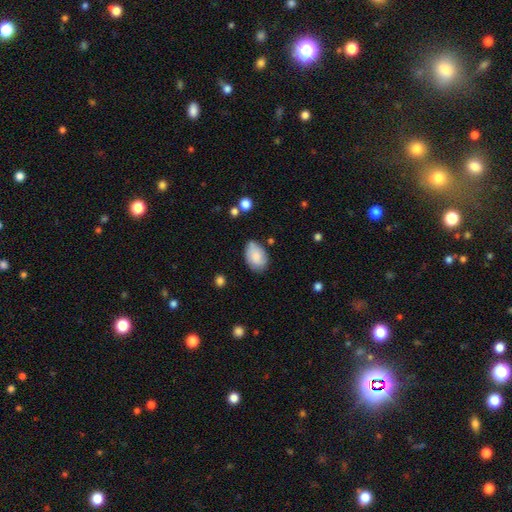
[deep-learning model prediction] smooth-or-featured: smooth: 77% | featured or disk: 17% | star or artifact: 7%
  how-rounded: in between: 86% | round: 13% | cigar-shaped: 1%
  merging: none: 68% | minor disturbance: 24% | major disturbance: 5% | merger: 3%